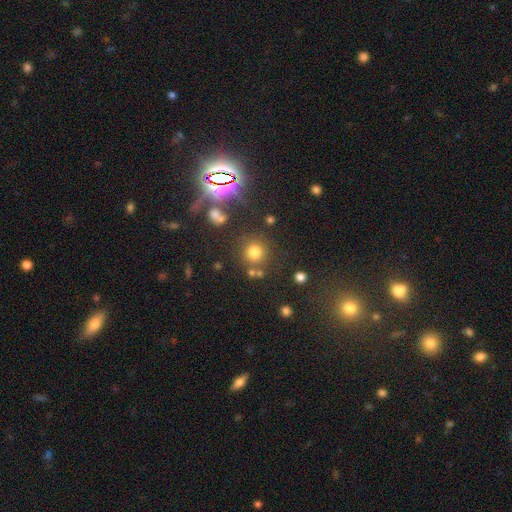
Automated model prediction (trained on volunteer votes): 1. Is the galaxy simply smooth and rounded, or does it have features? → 56% smooth, 36% star or artifact, 8% featured or disk.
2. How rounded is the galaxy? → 92% round, 7% in between, 1% cigar-shaped.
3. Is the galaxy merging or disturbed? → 80% none, 9% merger, 8% minor disturbance, 4% major disturbance.